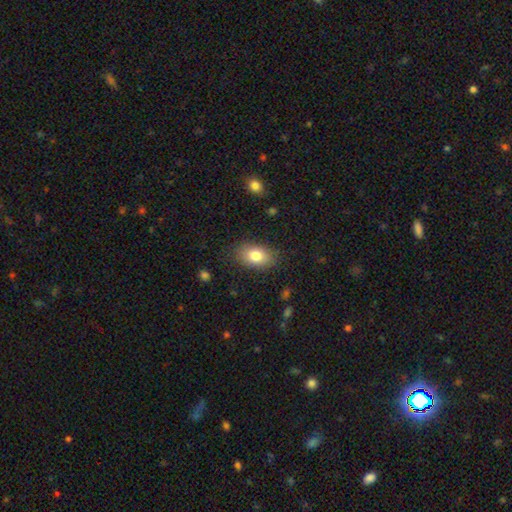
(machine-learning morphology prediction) Q: Smooth or featured?
A: smooth (80%); runner-up: featured or disk (12%)
Q: How rounded?
A: in between (87%); runner-up: round (12%)
Q: Merging?
A: none (84%); runner-up: minor disturbance (12%)